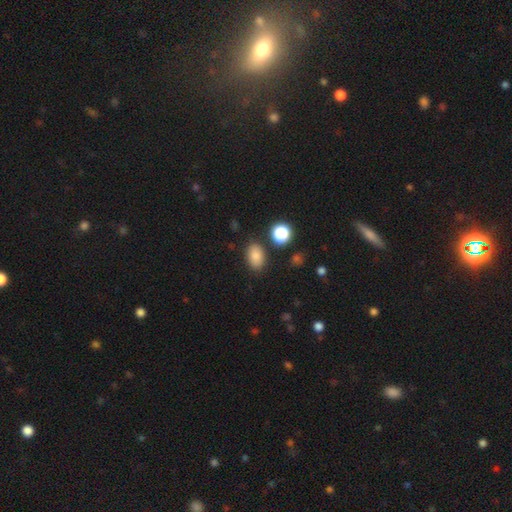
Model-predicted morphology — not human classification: A smooth galaxy with no disk features (82%) that is in between round and cigar-shaped (84%). Merging: none (83%).